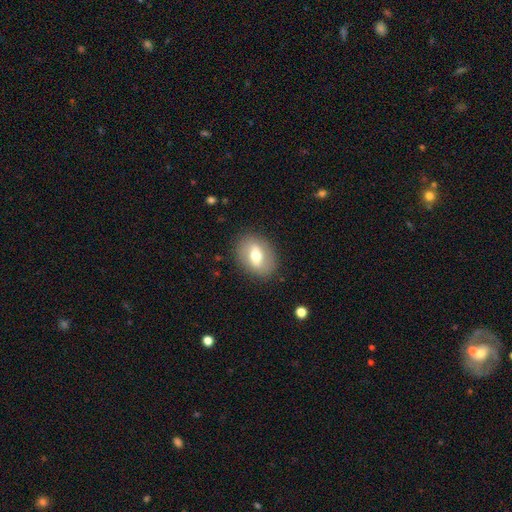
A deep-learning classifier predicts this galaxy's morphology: smooth_or_featured: smooth (p=0.55) [alt: featured or disk p=0.37]
how_rounded: in between (p=0.66) [alt: round p=0.32]
merging: none (p=0.85) [alt: minor disturbance p=0.10]